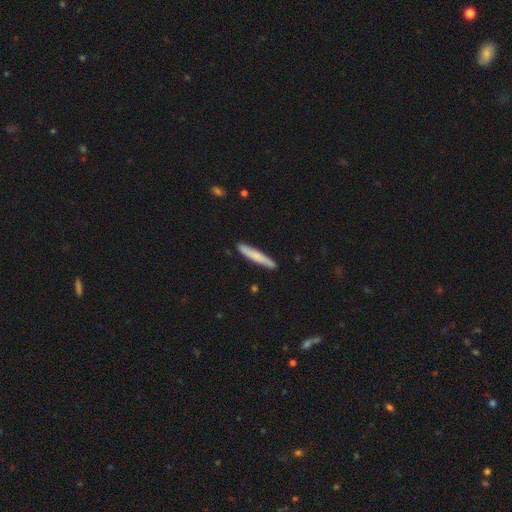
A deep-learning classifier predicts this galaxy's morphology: Smooth or featured: smooth — 68% (featured or disk — 26%)
How rounded: cigar-shaped — 94% (in between — 4%)
Merging: none — 88% (minor disturbance — 9%)